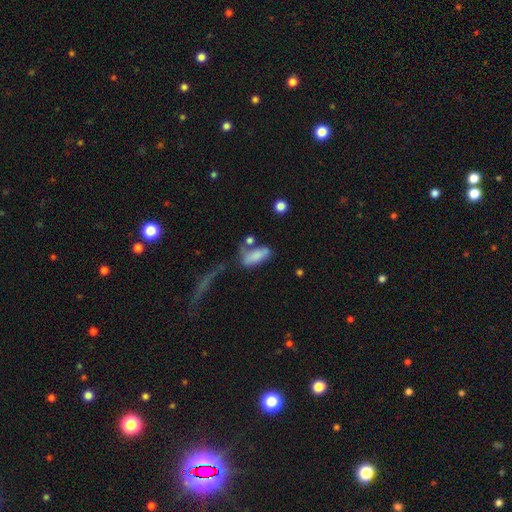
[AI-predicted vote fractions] smooth_or_featured: smooth (p=0.74) [alt: featured or disk p=0.17]
how_rounded: in between (p=0.77) [alt: cigar-shaped p=0.19]
merging: none (p=0.34) [alt: merger p=0.25]